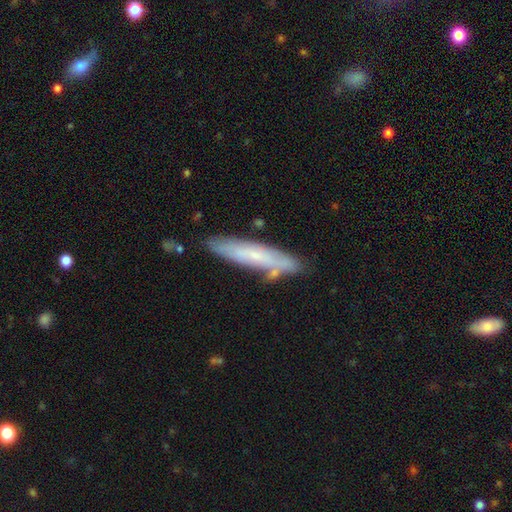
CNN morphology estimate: The model was most divided on "smooth or featured": smooth: 48%, featured or disk: 46%, star or artifact: 6%. More confident: merging — none (76%).